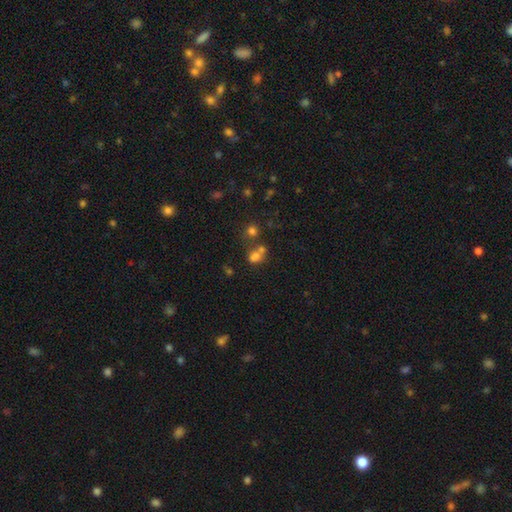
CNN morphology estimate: smooth 66%, star or artifact 19%, featured or disk 14%. Down the decision tree: how rounded — in between (51%); merging — merger (47%).